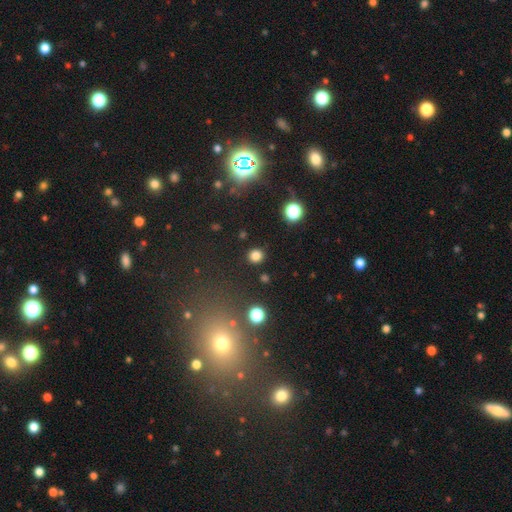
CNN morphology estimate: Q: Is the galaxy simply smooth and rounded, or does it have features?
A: smooth — 81%.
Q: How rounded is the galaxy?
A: round — 88%.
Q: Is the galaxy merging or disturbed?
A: none — 90%.